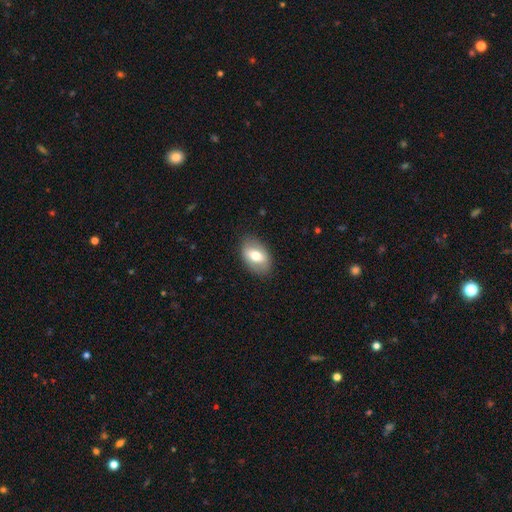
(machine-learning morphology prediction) Smooth or featured? smooth (60%)
How rounded? in between (88%)
Merging? none (84%)